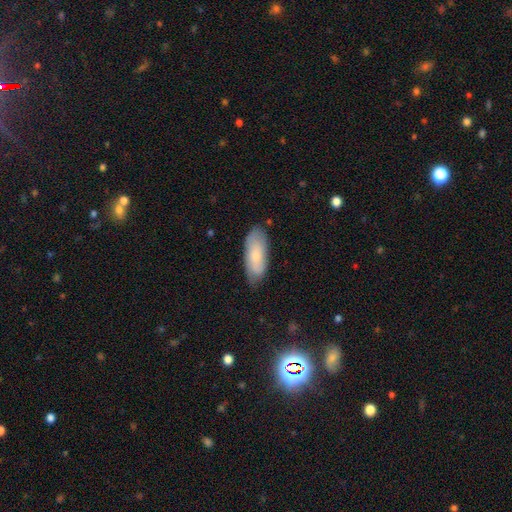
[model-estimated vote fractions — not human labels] Smooth or featured? Predicted: smooth (p=0.72). How rounded? Predicted: in between (p=0.78). Merging? Predicted: none (p=0.75).